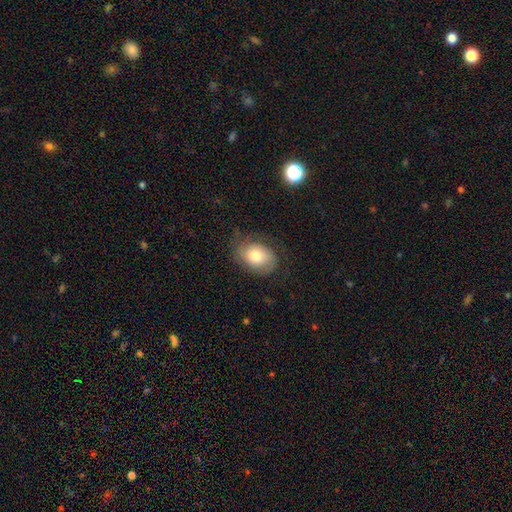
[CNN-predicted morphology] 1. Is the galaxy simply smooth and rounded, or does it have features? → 64% smooth, 28% featured or disk, 8% star or artifact.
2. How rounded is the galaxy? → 71% in between, 28% round, 1% cigar-shaped.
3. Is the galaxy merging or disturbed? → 66% none, 23% minor disturbance, 10% major disturbance, 1% merger.